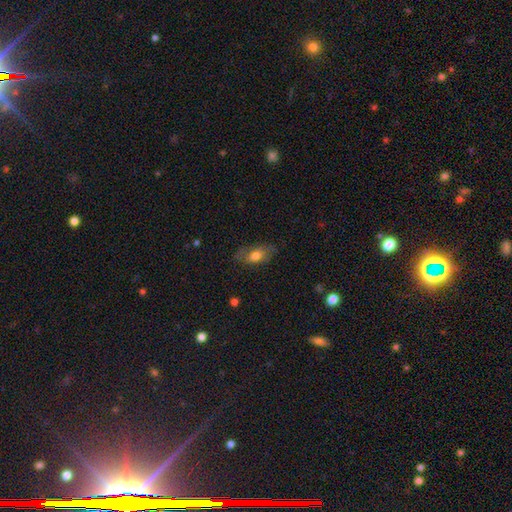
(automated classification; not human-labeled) The model was most divided on "smooth or featured": smooth: 65%, featured or disk: 27%, star or artifact: 8%. More confident: how rounded — in between (84%); merging — none (71%).